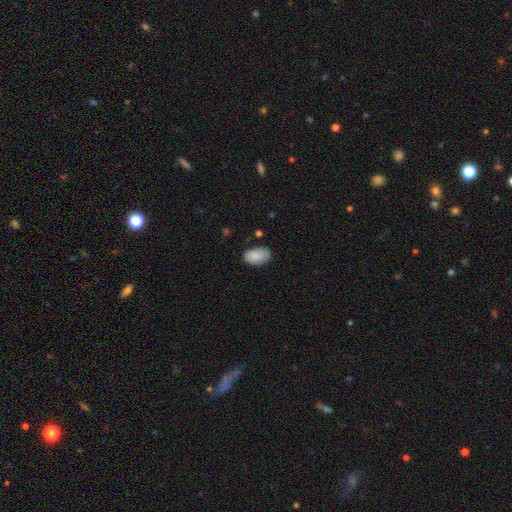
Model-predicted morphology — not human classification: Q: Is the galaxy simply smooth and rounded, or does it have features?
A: smooth — 84%.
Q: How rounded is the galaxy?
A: in between — 93%.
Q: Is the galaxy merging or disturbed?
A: none — 74%.